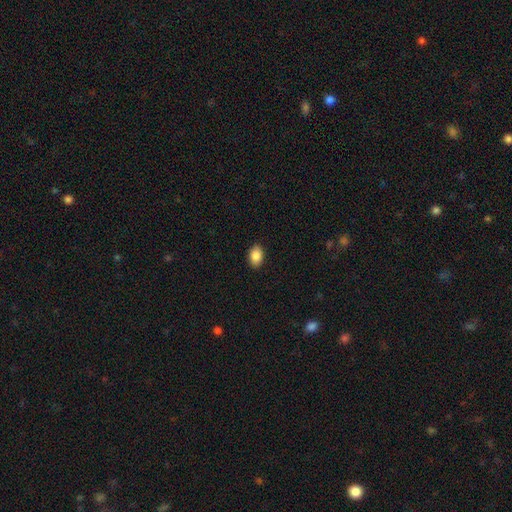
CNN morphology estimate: Smooth or featured? Predicted: smooth (p=0.87). How rounded? Predicted: in between (p=0.87). Merging? Predicted: none (p=0.89).